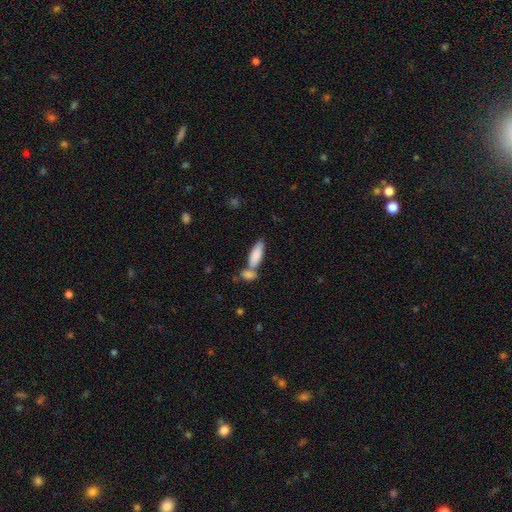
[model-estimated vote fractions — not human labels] This appears to be a smooth galaxy with no disk features (84%) that is in between round and cigar-shaped (63%). Merging: merger (43%, tied with none).